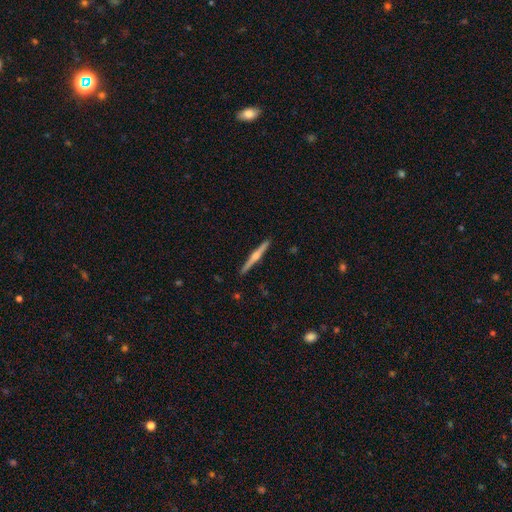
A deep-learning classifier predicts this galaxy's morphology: Smooth or featured? Predicted: featured or disk (p=0.71). Edge-on disk? Predicted: yes (p=0.98). Edge-on bulge? Predicted: rounded (p=0.87). Merging? Predicted: none (p=0.92).